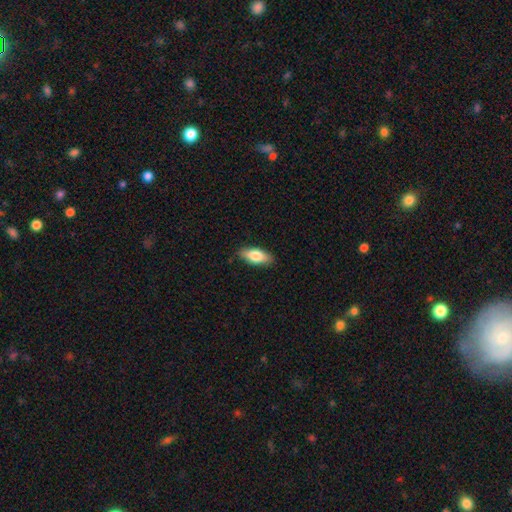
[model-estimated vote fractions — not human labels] Smooth or featured? Predicted: smooth (p=0.76). How rounded? Predicted: in between (p=0.81). Merging? Predicted: none (p=0.87).